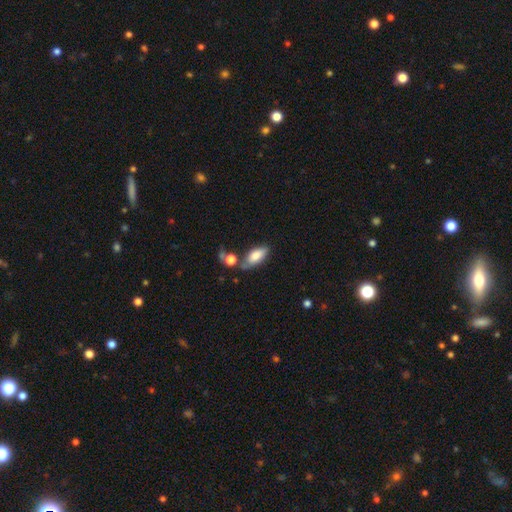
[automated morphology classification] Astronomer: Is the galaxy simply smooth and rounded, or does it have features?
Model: smooth — 77%.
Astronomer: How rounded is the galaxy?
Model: in between — 84%.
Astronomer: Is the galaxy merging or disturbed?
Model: none — 51%.